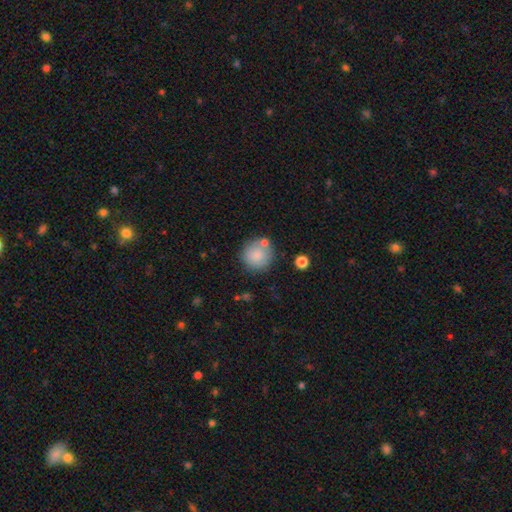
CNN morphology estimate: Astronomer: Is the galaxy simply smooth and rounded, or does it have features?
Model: smooth — 81%.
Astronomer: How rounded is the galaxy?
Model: round — 93%.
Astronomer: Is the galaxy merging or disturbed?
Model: none — 69%.